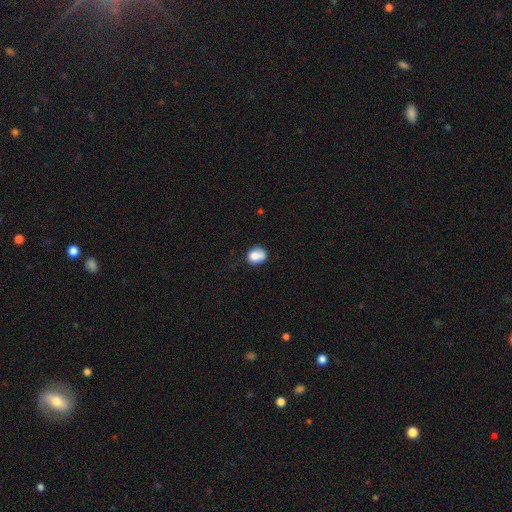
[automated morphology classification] Overall: smooth (77%). How rounded: round (61%; in between 38%). Merging: none (43%; minor disturbance 24%).